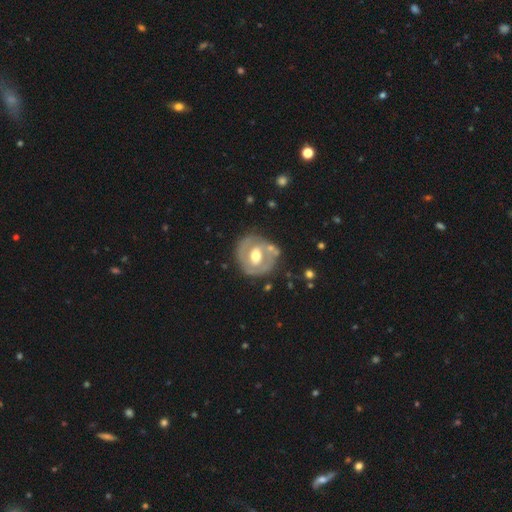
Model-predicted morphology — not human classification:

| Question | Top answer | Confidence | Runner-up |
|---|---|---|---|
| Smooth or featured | featured or disk | 66% | smooth (29%) |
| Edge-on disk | no | 96% | yes (4%) |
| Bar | no | 45% | weak (37%) |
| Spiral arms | no | 61% | yes (39%) |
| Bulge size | moderate | 73% | large (14%) |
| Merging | none | 69% | minor disturbance (18%) |